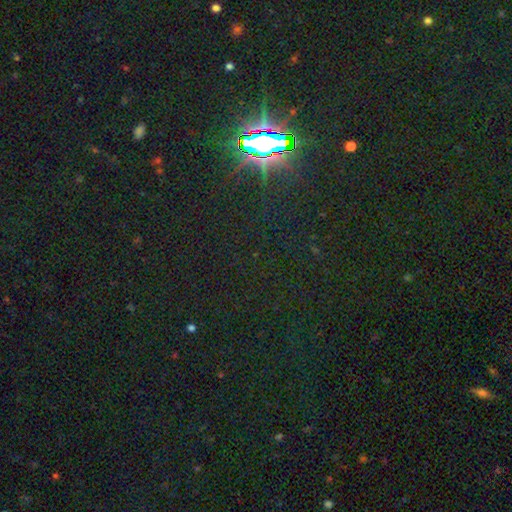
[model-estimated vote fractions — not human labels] Smooth or featured? star or artifact (83%)